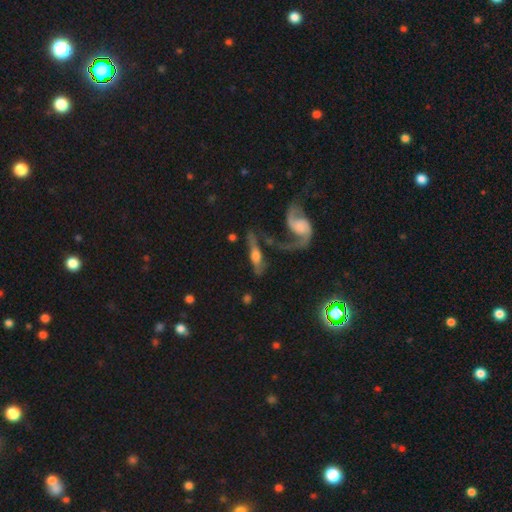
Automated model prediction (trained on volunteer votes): Smooth or featured? Predicted: featured or disk (p=0.68). Edge-on disk? Predicted: yes (p=0.51). Merging? Predicted: none (p=0.40).